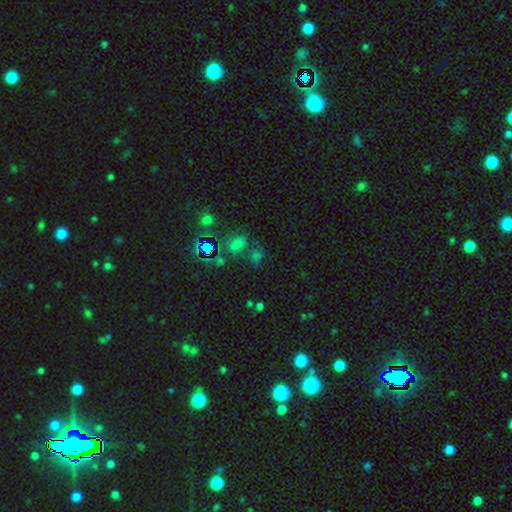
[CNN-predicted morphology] The model was most divided on "smooth or featured": star or artifact: 51%, smooth: 39%, featured or disk: 10%.